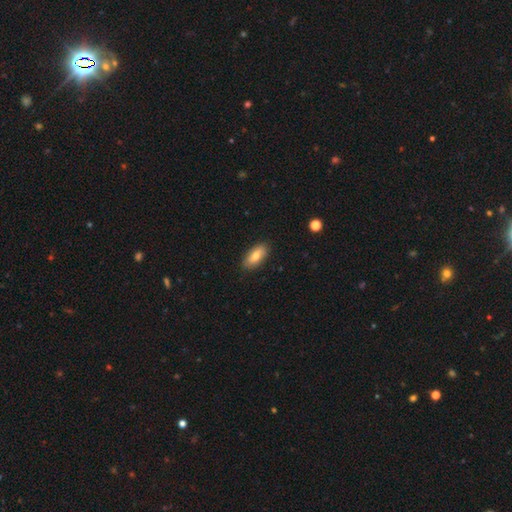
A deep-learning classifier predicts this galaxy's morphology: This is likely a smooth galaxy (72%). How rounded: clearly in between (89%). Merging: clearly none (86%).